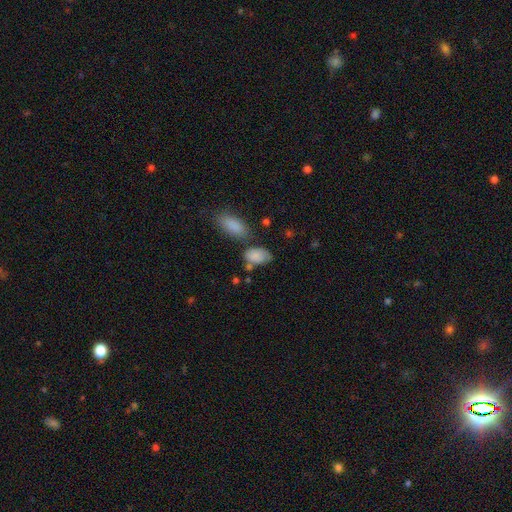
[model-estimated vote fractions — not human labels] A smooth galaxy with no disk features (83%) that is in between round and cigar-shaped (90%). Merging: none (50%).